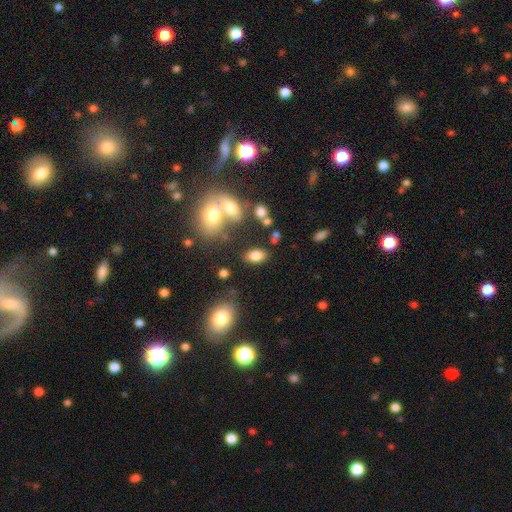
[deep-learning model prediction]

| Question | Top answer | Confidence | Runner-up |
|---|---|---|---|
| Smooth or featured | smooth | 80% | star or artifact (10%) |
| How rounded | in between | 89% | round (9%) |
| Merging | none | 74% | merger (11%) |